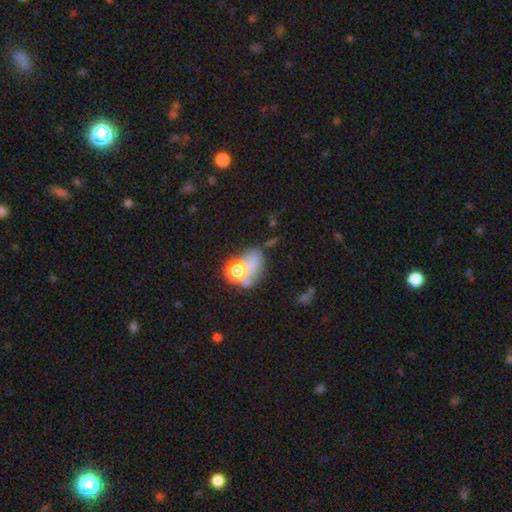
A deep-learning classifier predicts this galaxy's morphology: Smooth or featured? smooth (56%)
How rounded? in between (54%)
Merging? none (35%)